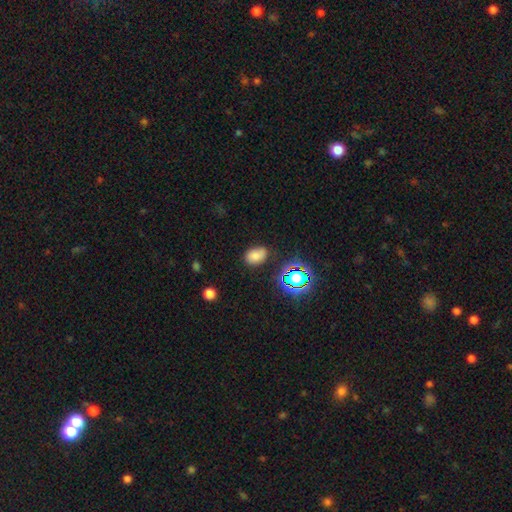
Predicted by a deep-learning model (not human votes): A smooth galaxy with no disk features (72%) that is in between round and cigar-shaped (80%).

Vote fractions:
- Smooth or featured? smooth: 72% / star or artifact: 19% / featured or disk: 10%
- How rounded? in between: 80% / round: 18% / cigar-shaped: 1%
- Merging? none: 70% / minor disturbance: 21% / major disturbance: 5% / merger: 3%